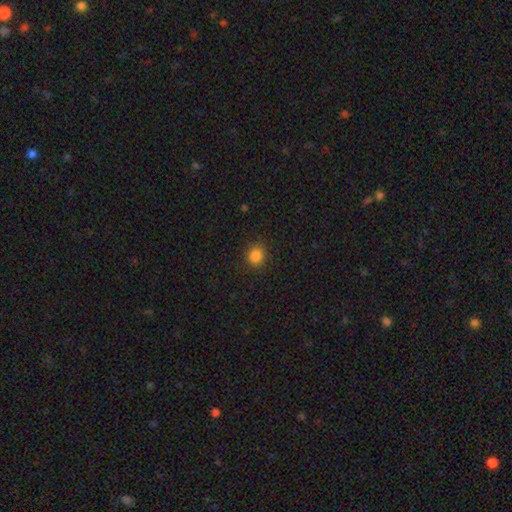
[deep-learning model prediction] A smooth galaxy with no disk features (84%) that is round (85%). Merging: none (88%).